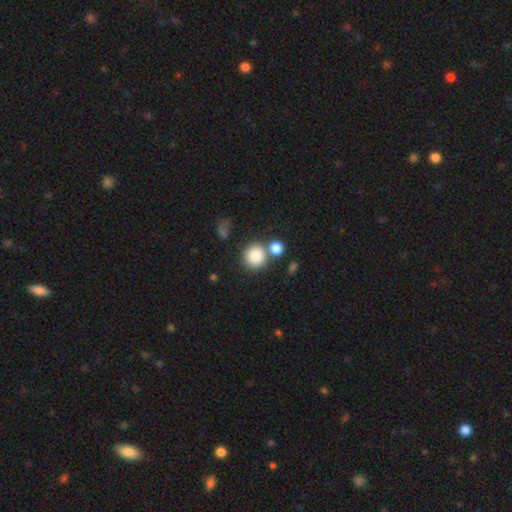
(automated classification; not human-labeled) Smooth or featured: smooth — 85% (star or artifact — 9%)
How rounded: round — 90% (in between — 9%)
Merging: none — 60% (merger — 26%)